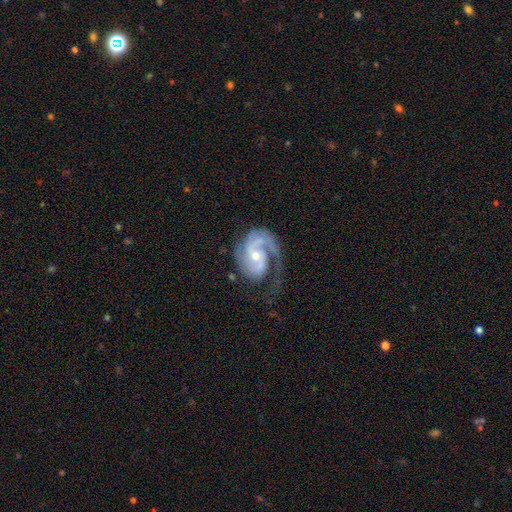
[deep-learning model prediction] This is clearly a featured or disk galaxy (90%). It is clearly not viewed edge-on (98%). Bar: possibly no (56%). Spiral arm pattern: clearly yes (98%). Spiral arm count: likely 2 (62%). Spiral winding: possibly medium (48%). Central bulge: possibly small (50%). Merging: possibly none (55%).